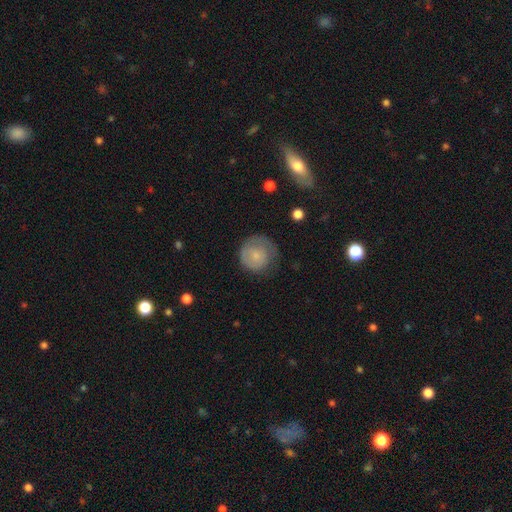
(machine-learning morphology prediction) Smooth or featured? Predicted: smooth (p=0.66). How rounded? Predicted: round (p=0.90). Merging? Predicted: none (p=0.57).